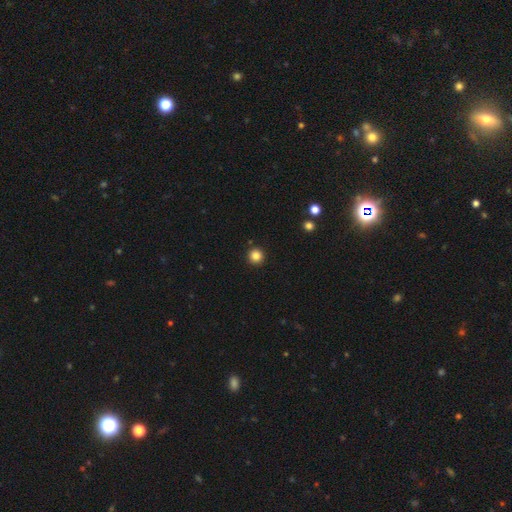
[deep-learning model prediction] Morphology: type=smooth (85%); roundness=round (96%); merging=none (93%).